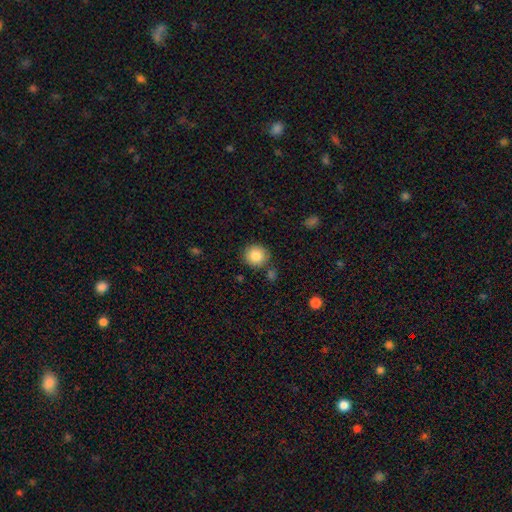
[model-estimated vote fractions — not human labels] The model was most divided on "merging": none: 83%, minor disturbance: 9%, merger: 5%, major disturbance: 3%. More confident: how rounded — round (91%); smooth or featured — smooth (85%).